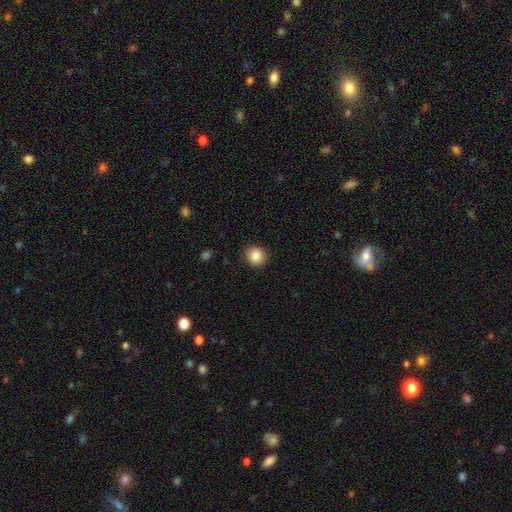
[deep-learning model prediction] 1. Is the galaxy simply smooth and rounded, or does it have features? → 86% smooth, 9% star or artifact, 5% featured or disk.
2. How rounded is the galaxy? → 89% round, 10% in between, 1% cigar-shaped.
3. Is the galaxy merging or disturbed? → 91% none, 6% minor disturbance, 2% major disturbance, 1% merger.